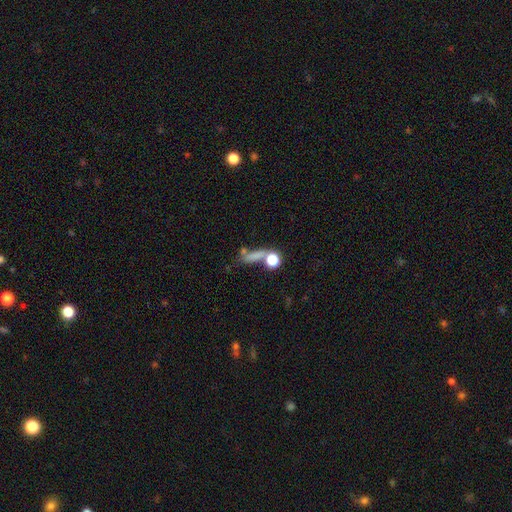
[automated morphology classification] type=smooth (63%); roundness=cigar-shaped (43%); merging=none (47%).